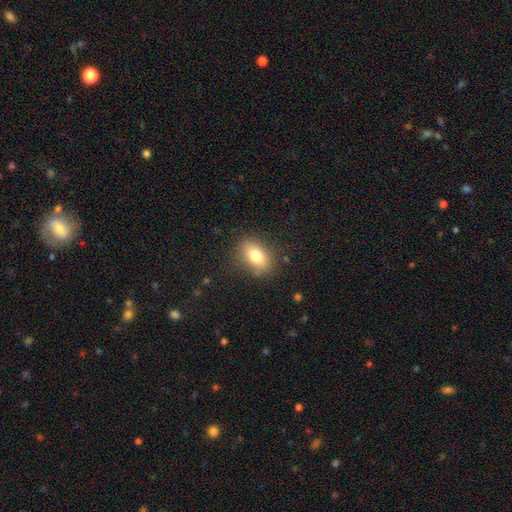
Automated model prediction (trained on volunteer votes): Smooth or featured?
  - smooth: 79% *
  - featured or disk: 12%
  - star or artifact: 10%
How rounded?
  - in between: 80% *
  - round: 18%
  - cigar-shaped: 2%
Merging?
  - none: 81% *
  - minor disturbance: 13%
  - major disturbance: 4%
  - merger: 1%